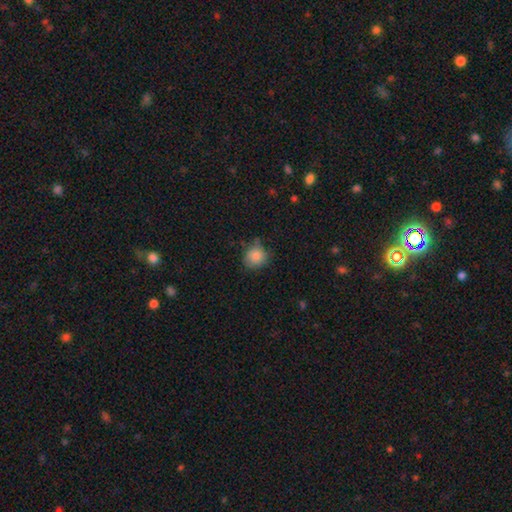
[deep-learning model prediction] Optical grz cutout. It shows a smooth galaxy with no disk features (85%) that is round (80%). Merging: none (66%).